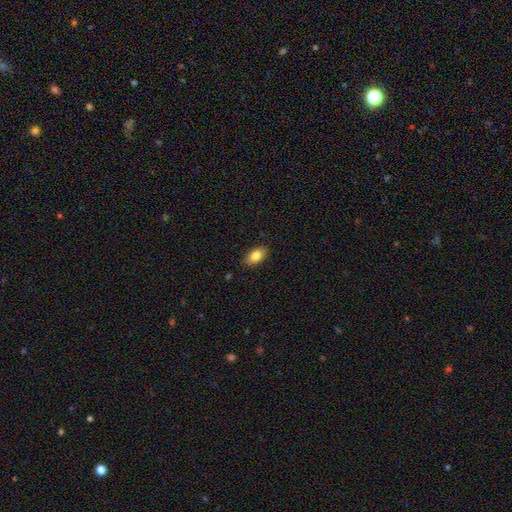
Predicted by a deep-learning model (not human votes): Overall: smooth (82%). How rounded: in between (91%). Merging: none (86%).